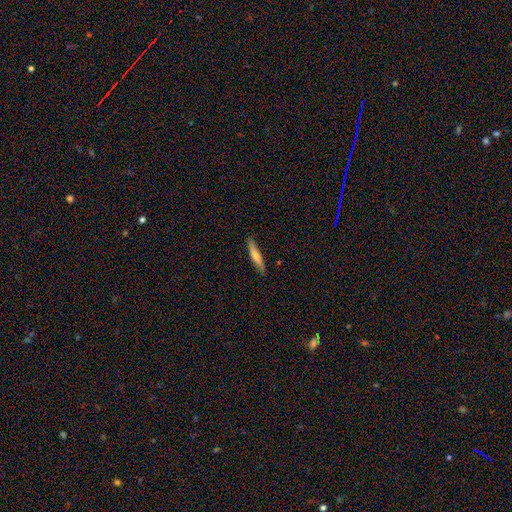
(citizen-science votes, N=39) Morphology: type=smooth (72%); roundness=cigar-shaped (100%); merging=none (97%).